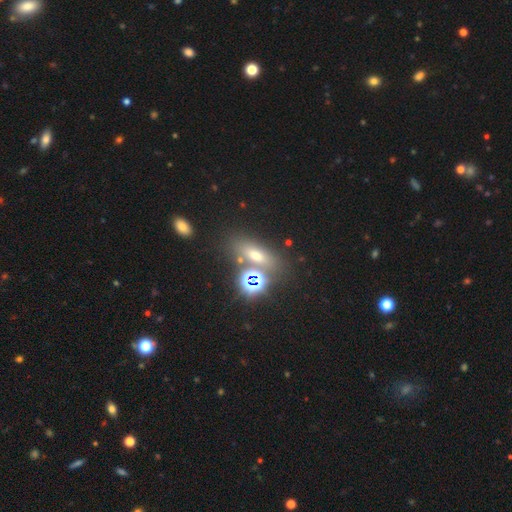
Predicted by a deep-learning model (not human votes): This appears to be a smooth galaxy with no disk features (41%). Merging: none (65%).